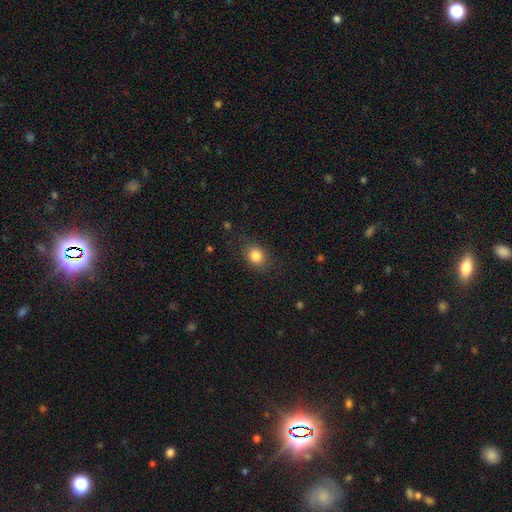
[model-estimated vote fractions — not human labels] Q: Smooth or featured?
A: smooth (84%); runner-up: star or artifact (10%)
Q: How rounded?
A: round (50%); runner-up: in between (49%)
Q: Merging?
A: none (82%); runner-up: minor disturbance (13%)